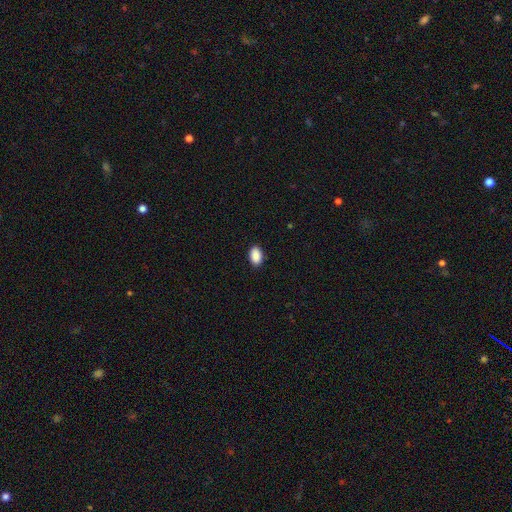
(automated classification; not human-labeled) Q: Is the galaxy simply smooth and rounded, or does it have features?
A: smooth — 90%.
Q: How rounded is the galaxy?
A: in between — 89%.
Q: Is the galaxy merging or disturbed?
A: none — 89%.